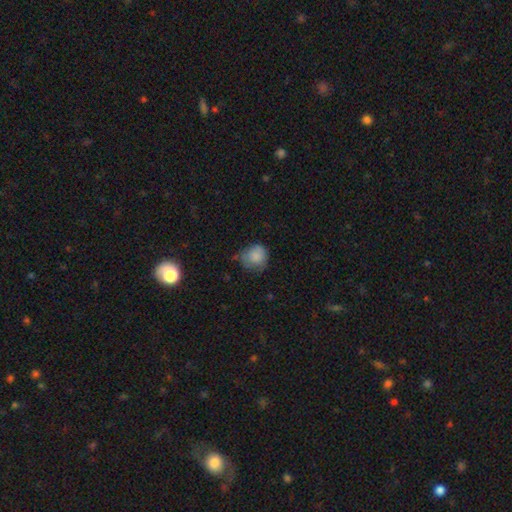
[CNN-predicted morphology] This is clearly a smooth galaxy (81%). How rounded: clearly round (81%). Merging: possibly none (55%).